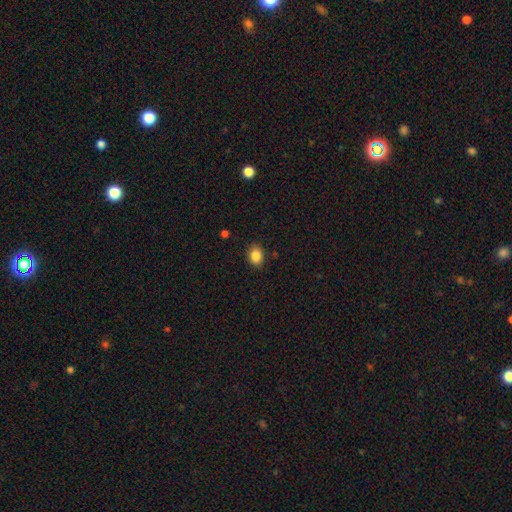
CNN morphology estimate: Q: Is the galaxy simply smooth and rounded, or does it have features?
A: smooth — 86%.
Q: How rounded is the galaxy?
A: in between — 61%.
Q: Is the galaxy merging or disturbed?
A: none — 88%.